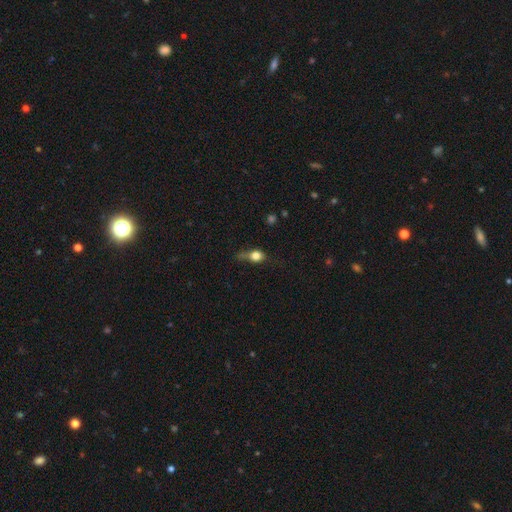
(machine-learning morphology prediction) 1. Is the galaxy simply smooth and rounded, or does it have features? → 73% smooth, 16% featured or disk, 11% star or artifact.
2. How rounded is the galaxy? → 49% round, 42% in between, 9% cigar-shaped.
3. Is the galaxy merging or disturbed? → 36% none, 32% minor disturbance, 26% major disturbance, 7% merger.